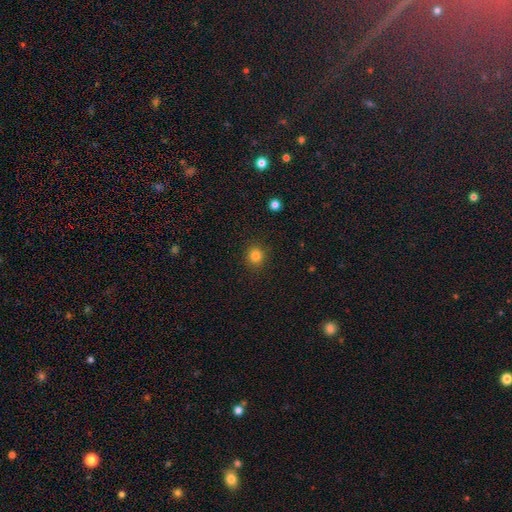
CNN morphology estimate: type=smooth (82%); roundness=round (89%); merging=none (91%).